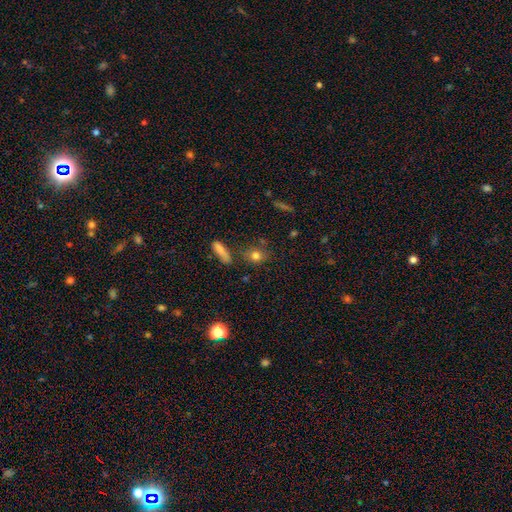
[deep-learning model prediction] Smooth or featured?
  - smooth: 79% *
  - star or artifact: 11%
  - featured or disk: 10%
How rounded?
  - round: 60% *
  - in between: 35%
  - cigar-shaped: 5%
Merging?
  - none: 73% *
  - minor disturbance: 15%
  - merger: 7%
  - major disturbance: 5%